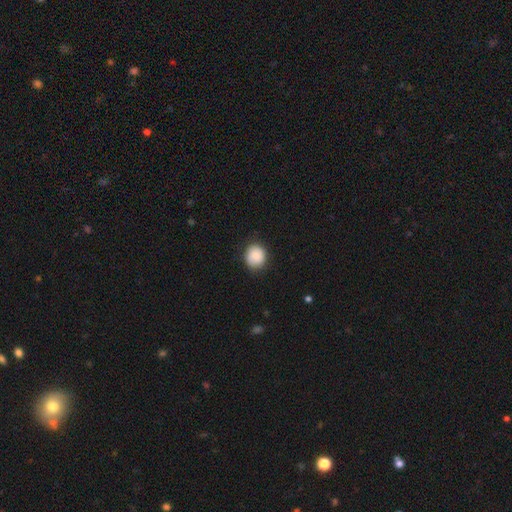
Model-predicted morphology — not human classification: smooth_or_featured: smooth (p=0.85) [alt: star or artifact p=0.08]
how_rounded: round (p=0.79) [alt: in between p=0.20]
merging: none (p=0.83) [alt: minor disturbance p=0.13]